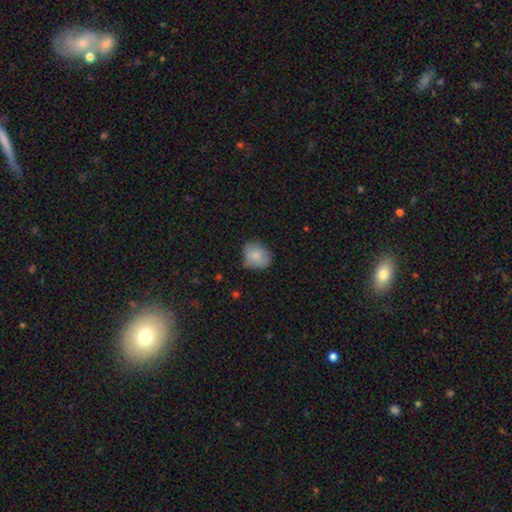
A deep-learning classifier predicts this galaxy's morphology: smooth 82%, featured or disk 11%, star or artifact 8%. Down the decision tree: how rounded — round (56%); merging — none (62%).